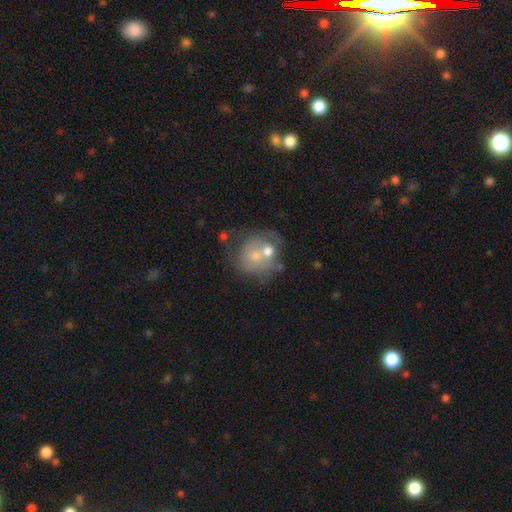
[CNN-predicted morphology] smooth-or-featured: featured or disk: 52% | smooth: 35% | star or artifact: 12%
  disk-edge-on: no: 97% | yes: 3%
    bar: no: 84% | weak: 14% | strong: 3%
    has-spiral-arms: no: 55% | yes: 45%
    bulge-size: moderate: 51% | small: 39% | none: 5% | large: 4% | dominant: 2%
  merging: merger: 41% | none: 34% | minor disturbance: 14% | major disturbance: 11%